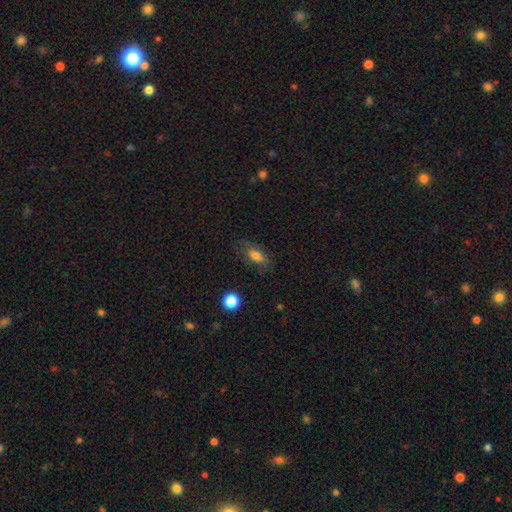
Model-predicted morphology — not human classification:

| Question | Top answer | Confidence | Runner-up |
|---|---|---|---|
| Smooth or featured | smooth | 70% | featured or disk (20%) |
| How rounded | in between | 77% | cigar-shaped (17%) |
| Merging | none | 72% | minor disturbance (19%) |